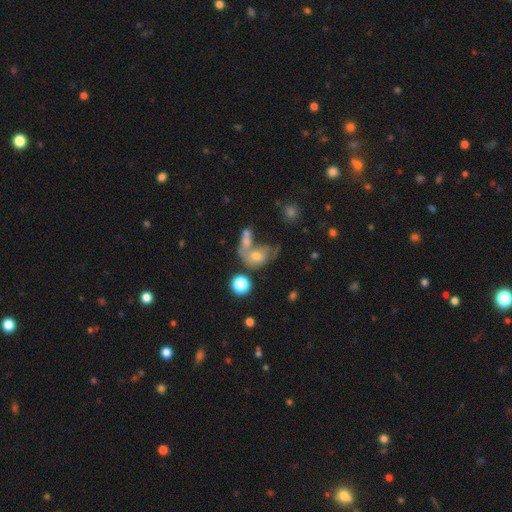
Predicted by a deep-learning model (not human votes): This appears to be a smooth galaxy with no disk features (35%). Merging: none (38%).